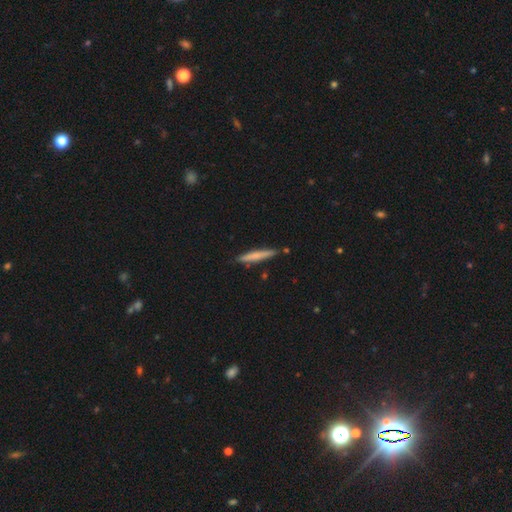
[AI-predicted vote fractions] Smooth or featured? smooth (66%)
How rounded? cigar-shaped (95%)
Merging? none (85%)